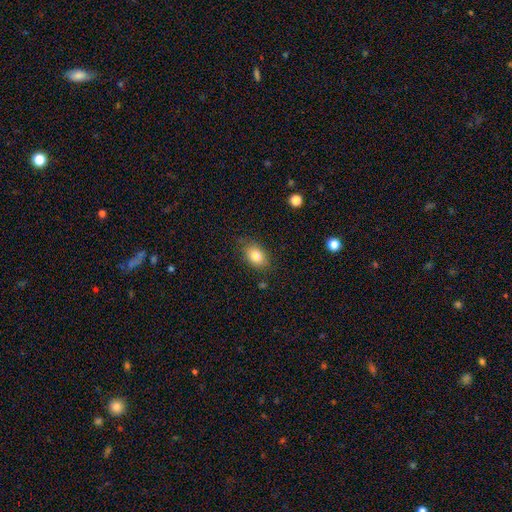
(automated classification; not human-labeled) smooth_or_featured: smooth (p=0.82) [alt: star or artifact p=0.09]
how_rounded: in between (p=0.71) [alt: round p=0.27]
merging: none (p=0.80) [alt: minor disturbance p=0.15]